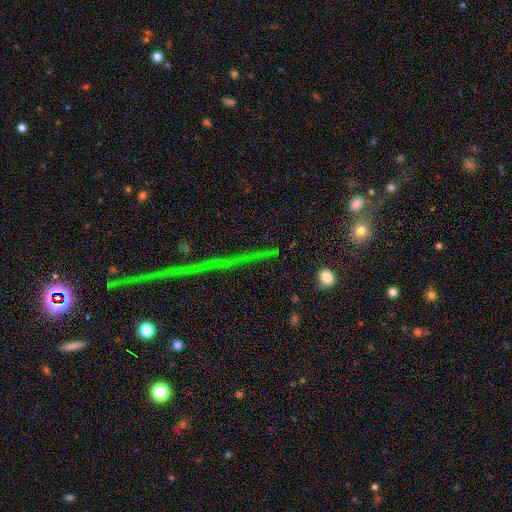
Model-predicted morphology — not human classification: smooth-or-featured: star or artifact: 58% | smooth: 29% | featured or disk: 13%